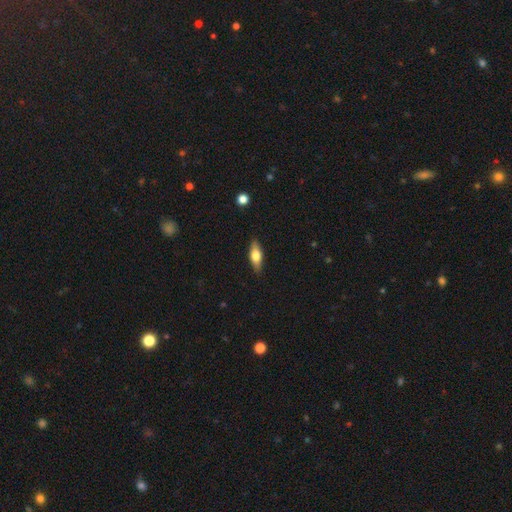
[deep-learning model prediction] A smooth galaxy with no disk features (62%) that is in between round and cigar-shaped (67%).

Vote fractions:
- Smooth or featured? smooth: 62% / featured or disk: 32% / star or artifact: 6%
- How rounded? in between: 67% / cigar-shaped: 30% / round: 3%
- Merging? none: 86% / minor disturbance: 10% / major disturbance: 2% / merger: 1%